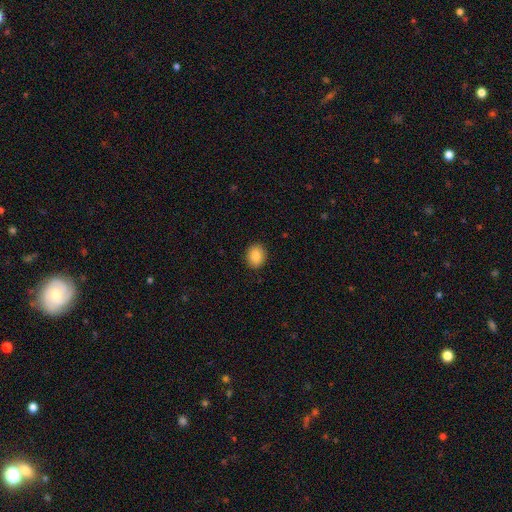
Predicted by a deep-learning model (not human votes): Smooth or featured? smooth (86%)
How rounded? round (58%)
Merging? none (90%)